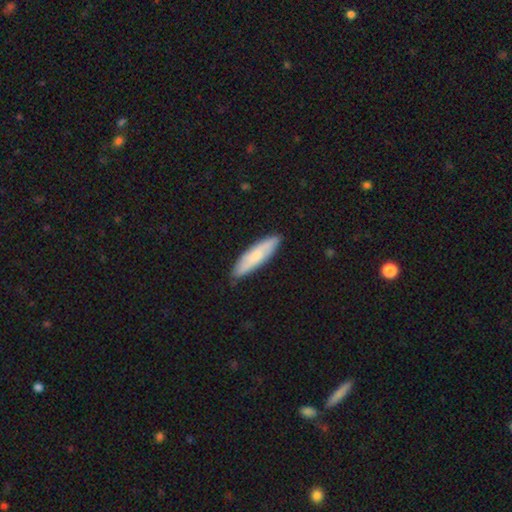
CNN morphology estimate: This is likely a smooth galaxy (73%). How rounded: likely cigar-shaped (71%). Merging: clearly none (87%).